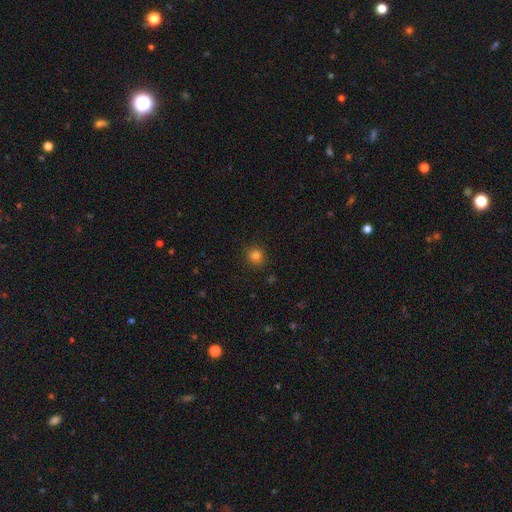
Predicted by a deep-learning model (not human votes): Smooth or featured? smooth (83%)
How rounded? round (91%)
Merging? none (89%)